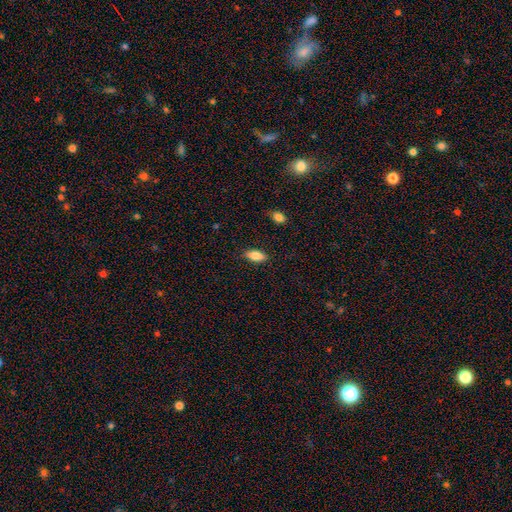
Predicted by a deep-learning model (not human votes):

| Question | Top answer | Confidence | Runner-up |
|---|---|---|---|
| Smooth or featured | smooth | 82% | featured or disk (11%) |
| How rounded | in between | 81% | cigar-shaped (17%) |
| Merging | none | 84% | minor disturbance (12%) |